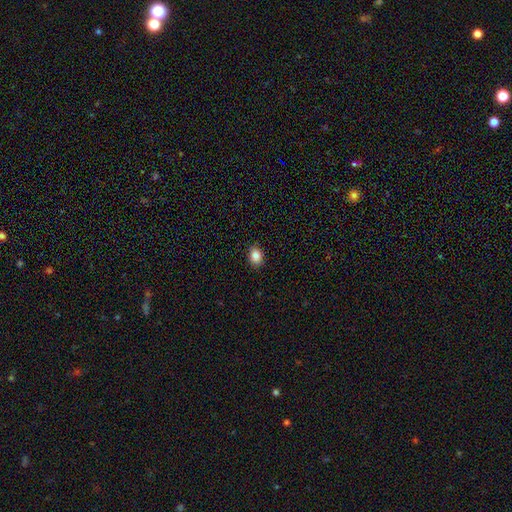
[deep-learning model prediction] A smooth galaxy with no disk features (84%) that is in between round and cigar-shaped (63%).

Vote fractions:
- Smooth or featured? smooth: 84% / star or artifact: 9% / featured or disk: 7%
- How rounded? in between: 63% / round: 36% / cigar-shaped: 1%
- Merging? none: 88% / minor disturbance: 9% / major disturbance: 2% / merger: 1%